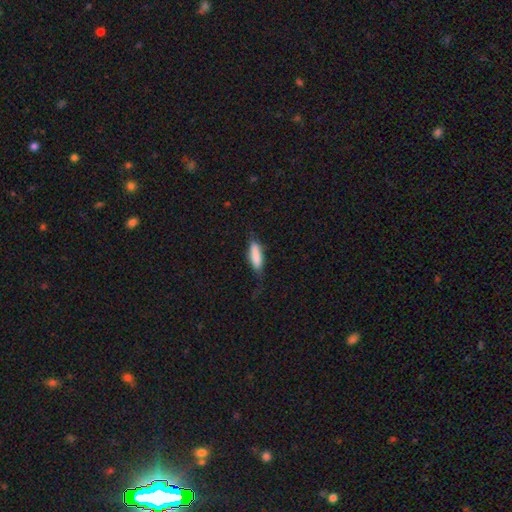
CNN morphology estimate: A smooth galaxy with no disk features (85%) that is cigar-shaped (51%). Merging: none (60%).